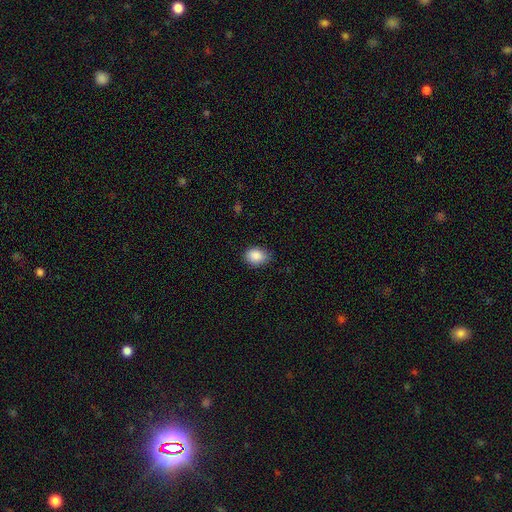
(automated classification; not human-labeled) smooth-or-featured: smooth: 88% | star or artifact: 8% | featured or disk: 4%
  how-rounded: in between: 67% | round: 32% | cigar-shaped: 1%
  merging: none: 76% | minor disturbance: 19% | major disturbance: 4% | merger: 1%